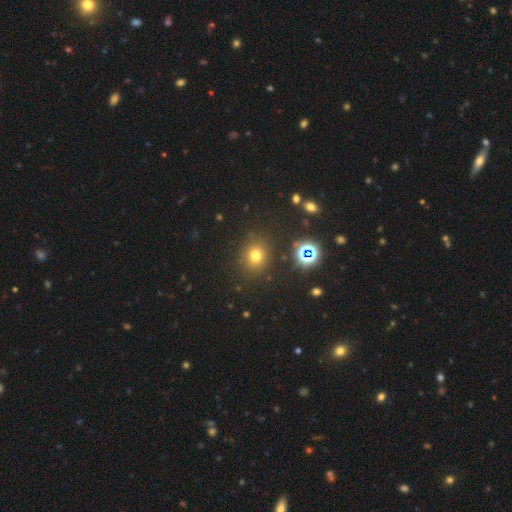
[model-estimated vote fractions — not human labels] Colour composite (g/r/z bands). It shows a smooth galaxy with no disk features (69%) that is round (78%). Merging: none (86%).